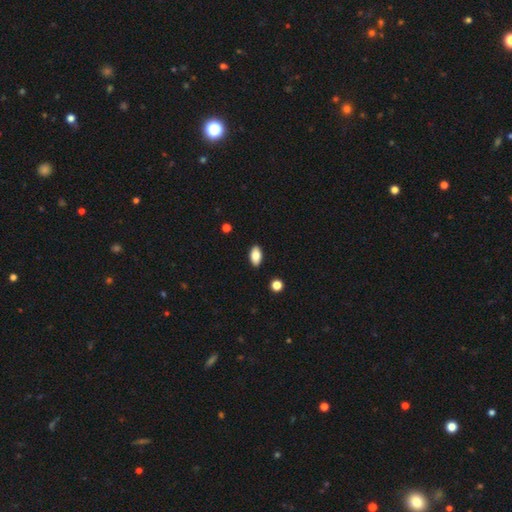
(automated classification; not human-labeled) This is clearly a smooth galaxy (84%). How rounded: clearly in between (93%). Merging: clearly none (89%).